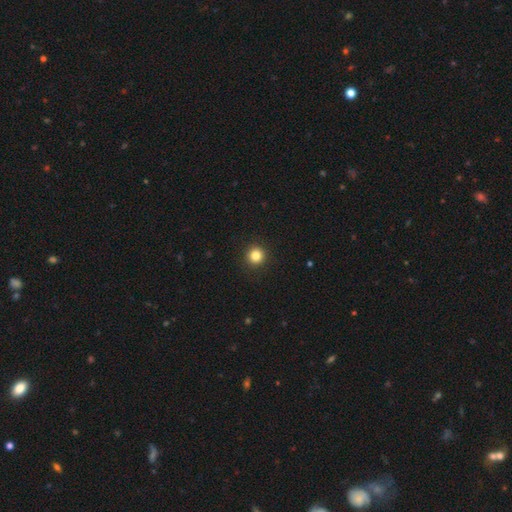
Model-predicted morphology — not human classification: Smooth or featured? smooth (83%)
How rounded? round (95%)
Merging? none (93%)